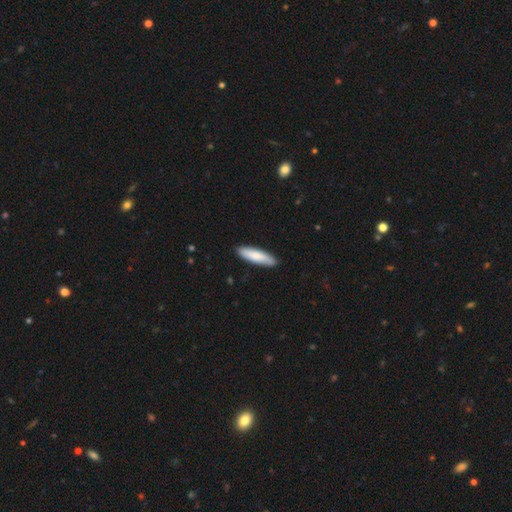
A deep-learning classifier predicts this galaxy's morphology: Q: Smooth or featured?
A: smooth (81%); runner-up: featured or disk (14%)
Q: How rounded?
A: cigar-shaped (70%); runner-up: in between (29%)
Q: Merging?
A: none (89%); runner-up: minor disturbance (9%)